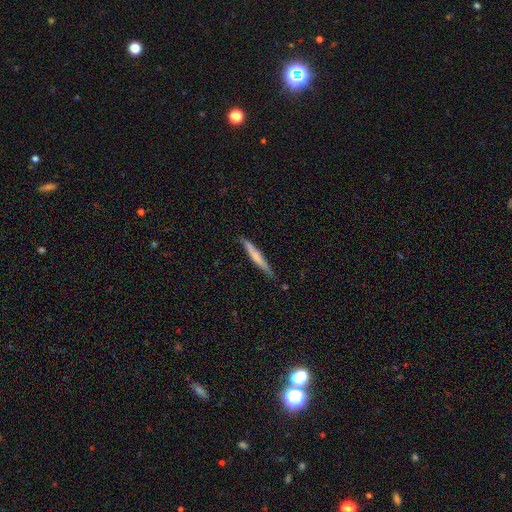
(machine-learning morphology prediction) A smooth galaxy with no disk features (57%) that is cigar-shaped (95%).

Vote fractions:
- Smooth or featured? smooth: 57% / featured or disk: 38% / star or artifact: 5%
- How rounded? cigar-shaped: 95% / in between: 3% / round: 1%
- Merging? none: 85% / minor disturbance: 12% / major disturbance: 2% / merger: 2%